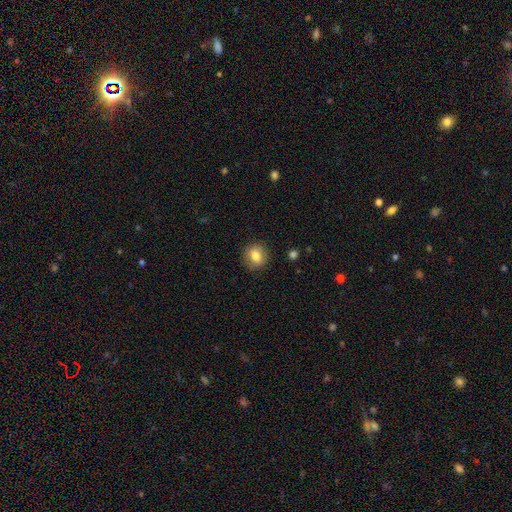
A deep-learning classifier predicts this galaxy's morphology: This appears to be a smooth galaxy with no disk features (79%) that is round (73%). Merging: none (87%).